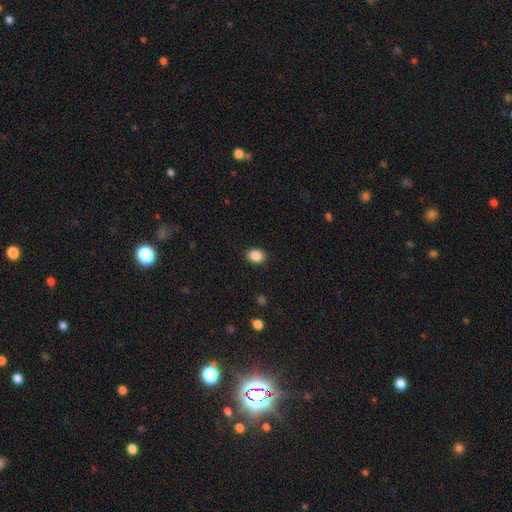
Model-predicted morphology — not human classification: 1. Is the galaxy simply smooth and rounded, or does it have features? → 88% smooth, 9% star or artifact, 3% featured or disk.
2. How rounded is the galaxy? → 58% in between, 41% round, 1% cigar-shaped.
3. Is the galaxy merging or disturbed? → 90% none, 7% minor disturbance, 2% major disturbance, 1% merger.